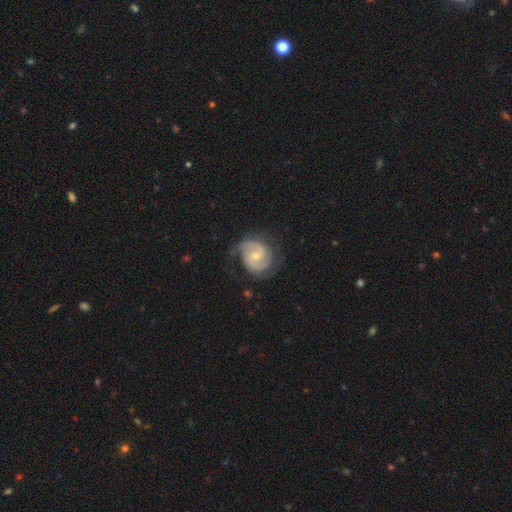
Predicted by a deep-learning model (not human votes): This appears to be a featured or disk galaxy (85%) with no bar (46%, tied with weak), 2 (86%) medium (45%) spiral arms (96%) and a moderate central bulge (50%). Merging: none (69%).